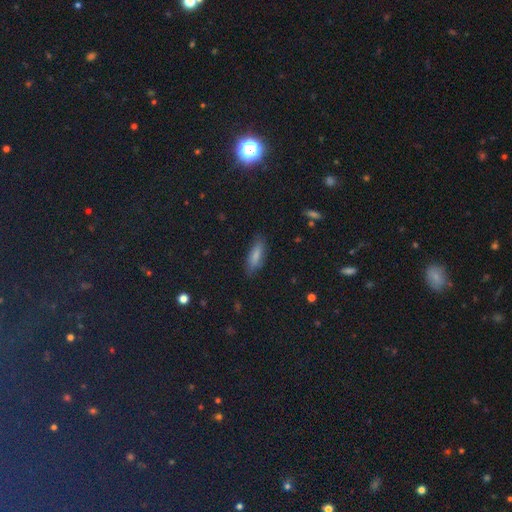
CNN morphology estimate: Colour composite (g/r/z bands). It shows a smooth galaxy with no disk features (77%) that is in between round and cigar-shaped (53%). Merging: none (83%).